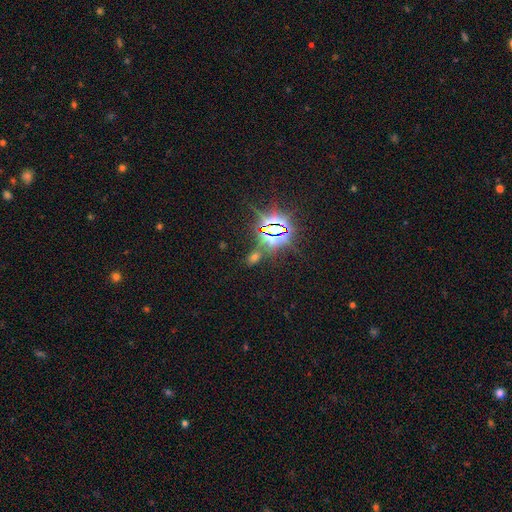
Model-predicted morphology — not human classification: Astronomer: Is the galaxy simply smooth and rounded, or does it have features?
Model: star or artifact — 81%.